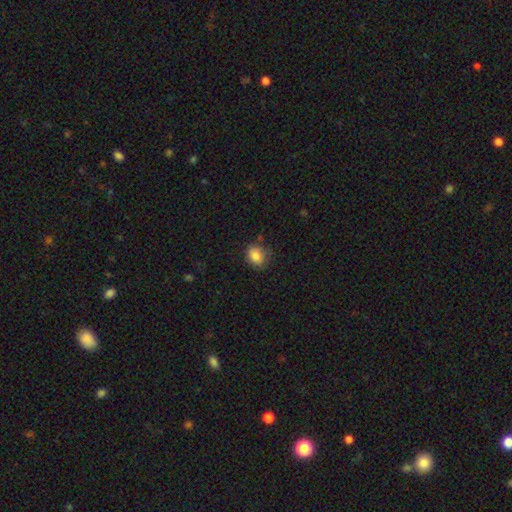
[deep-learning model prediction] smooth 84%, star or artifact 10%, featured or disk 6%. Down the decision tree: how rounded — round (54%); merging — none (76%).